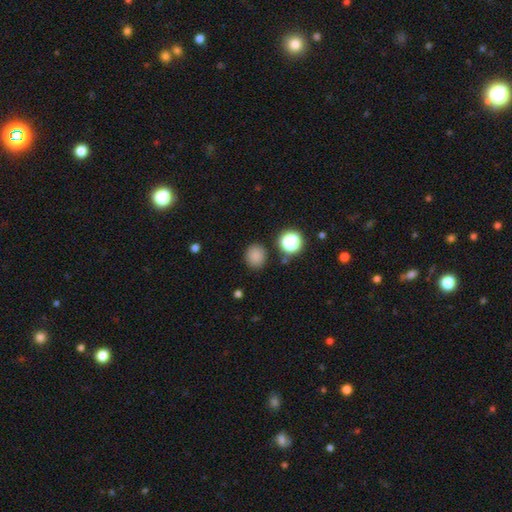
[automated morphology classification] Smooth or featured? Predicted: smooth (p=0.82). How rounded? Predicted: round (p=0.79). Merging? Predicted: none (p=0.85).